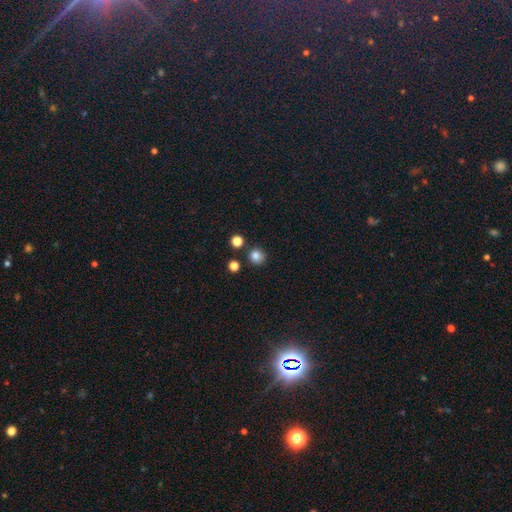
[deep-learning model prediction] smooth 82%, star or artifact 13%, featured or disk 5%. Down the decision tree: how rounded — round (92%); merging — none (84%).